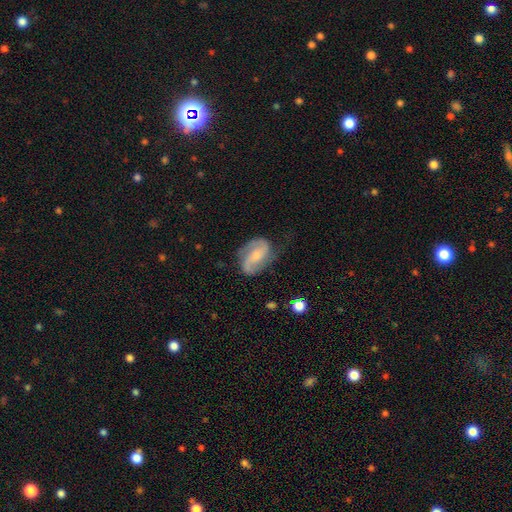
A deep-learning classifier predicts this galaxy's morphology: type=featured or disk (77%); edge-on=no (97%); bar=no (49%); spiral arms=yes (95%); winding=medium (45%); arm count=2 (86%); bulge=small (52%); merging=none (65%).